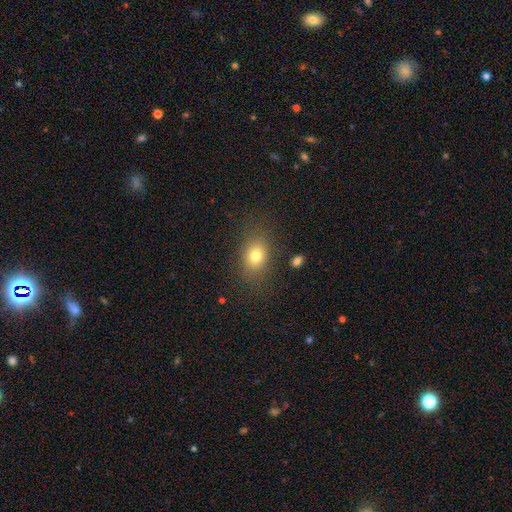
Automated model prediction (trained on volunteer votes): Morphology: type=smooth (76%); roundness=in between (61%); merging=none (80%).